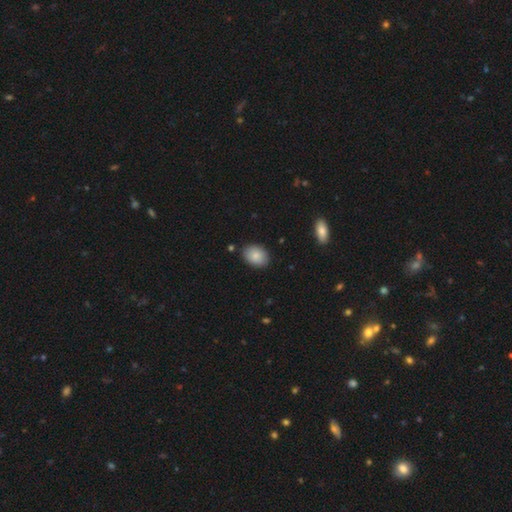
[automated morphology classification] A smooth galaxy with no disk features (86%) that is in between round and cigar-shaped (78%).

Vote fractions:
- Smooth or featured? smooth: 86% / featured or disk: 7% / star or artifact: 7%
- How rounded? in between: 78% / round: 21% / cigar-shaped: 1%
- Merging? none: 85% / minor disturbance: 11% / major disturbance: 2% / merger: 2%